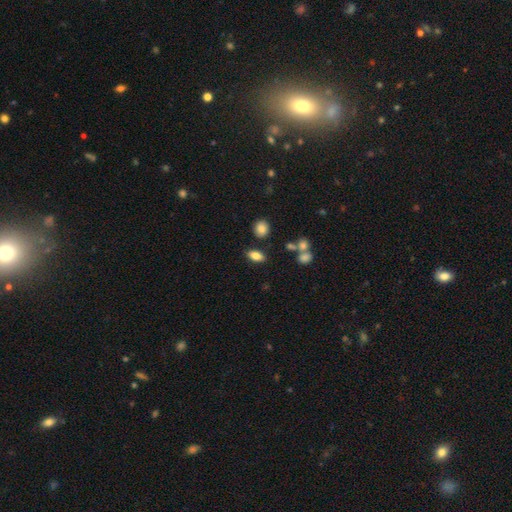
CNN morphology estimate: This appears to be a smooth galaxy with no disk features (79%) that is in between round and cigar-shaped (84%). Merging: none (80%).